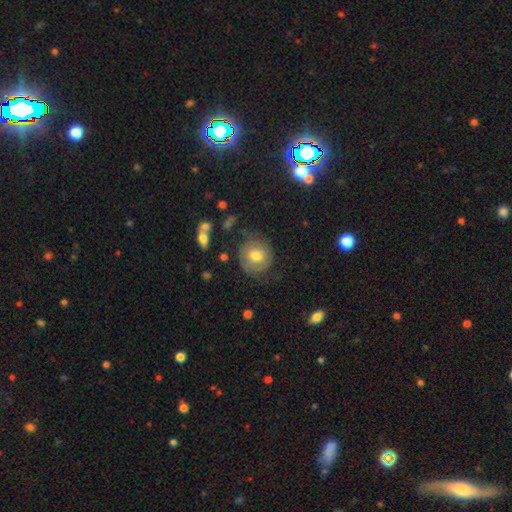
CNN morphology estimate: This appears to be a featured or disk galaxy (57%) with no bar (69%), spiral arms (85%) and a moderate central bulge (72%). Merging: none (72%).